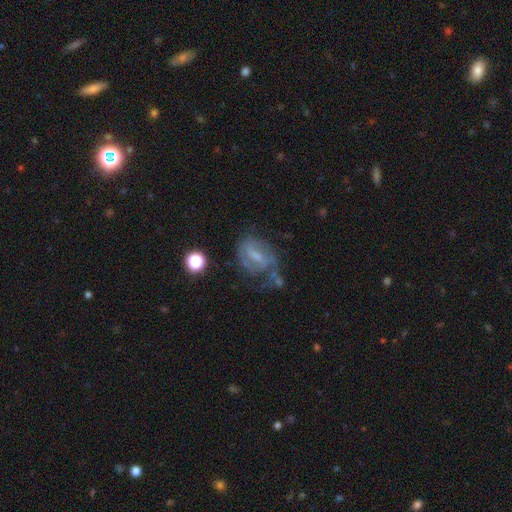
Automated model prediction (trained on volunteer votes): Q: Smooth or featured?
A: featured or disk (63%); runner-up: smooth (25%)
Q: Edge-on disk?
A: no (95%); runner-up: yes (5%)
Q: Bar?
A: weak (51%); runner-up: no (27%)
Q: Spiral arms?
A: yes (72%); runner-up: no (28%)
Q: Bulge size?
A: small (39%); runner-up: moderate (31%)
Q: Merging?
A: none (39%); runner-up: major disturbance (28%)